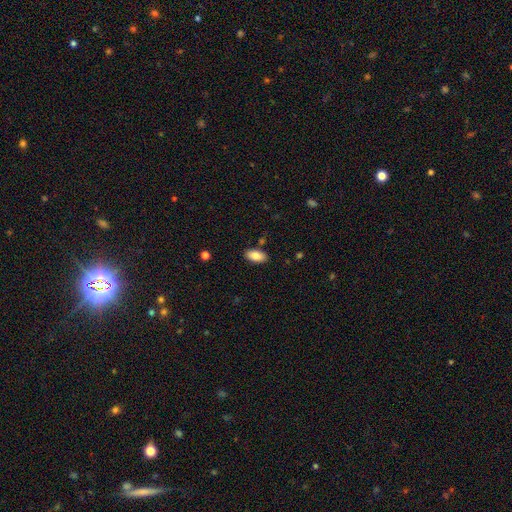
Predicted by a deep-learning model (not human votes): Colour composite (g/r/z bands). It shows a smooth galaxy with no disk features (85%) that is in between round and cigar-shaped (94%). Merging: none (86%).